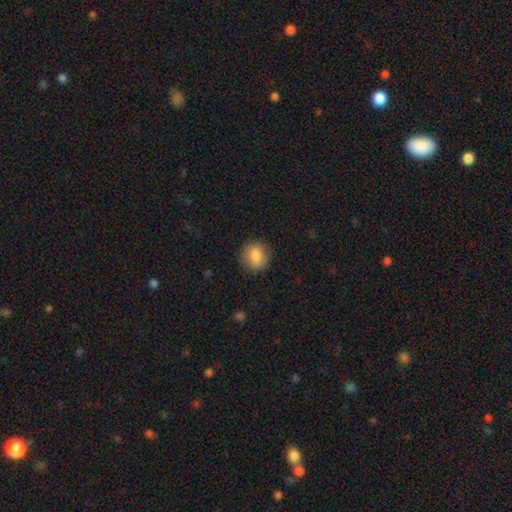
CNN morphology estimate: type=smooth (85%); roundness=round (88%); merging=none (88%).